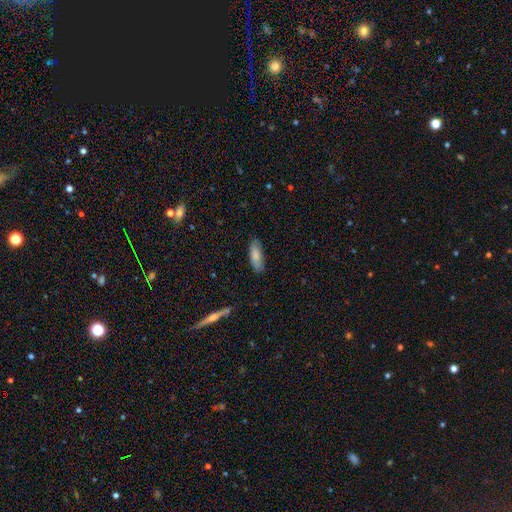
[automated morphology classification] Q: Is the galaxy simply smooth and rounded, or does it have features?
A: smooth — 82%.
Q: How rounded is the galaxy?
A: in between — 66%.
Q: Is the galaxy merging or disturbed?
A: none — 82%.